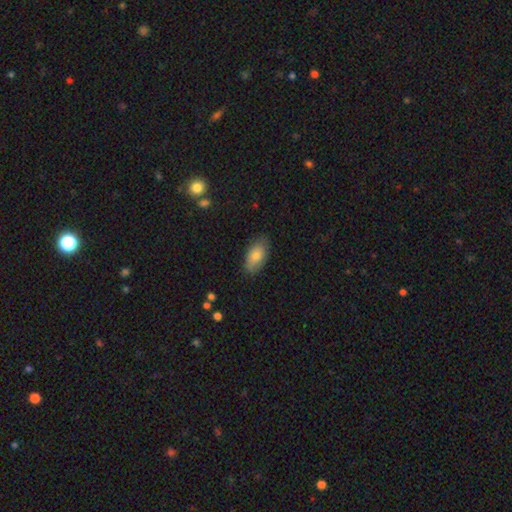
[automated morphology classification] A smooth galaxy with no disk features (79%) that is in between round and cigar-shaped (93%). Merging: none (81%).